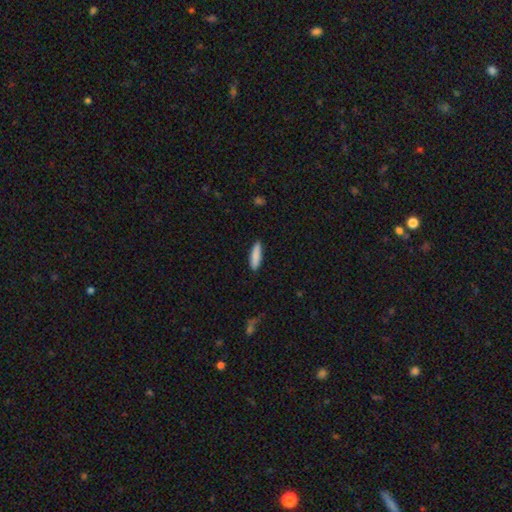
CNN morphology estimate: The model was most divided on "how rounded": cigar-shaped: 74%, in between: 25%, round: 1%. More confident: merging — none (89%); smooth or featured — smooth (88%).